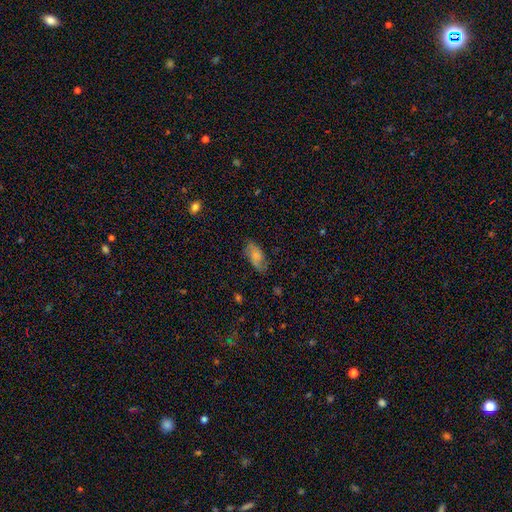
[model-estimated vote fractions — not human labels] Smooth or featured? smooth (62%)
How rounded? in between (89%)
Merging? none (70%)